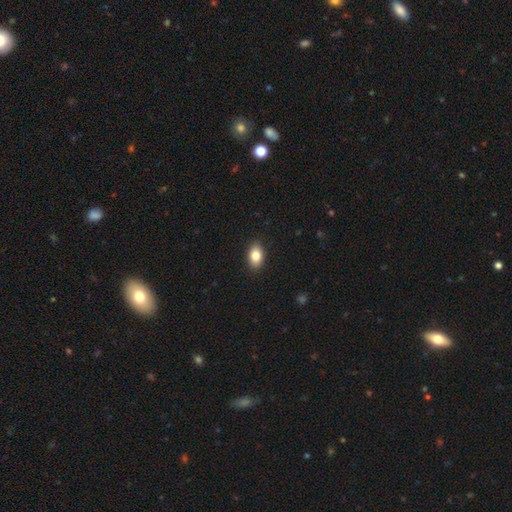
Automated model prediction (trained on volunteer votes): This appears to be a smooth galaxy with no disk features (83%) that is in between round and cigar-shaped (88%). Merging: none (89%).